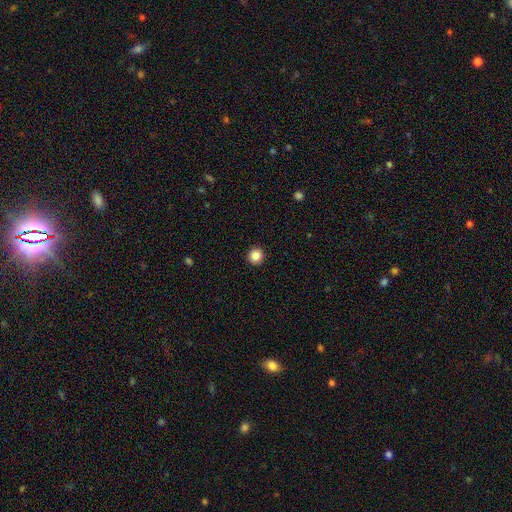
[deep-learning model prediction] This is clearly a smooth galaxy (86%). How rounded: clearly round (95%). Merging: clearly none (94%).